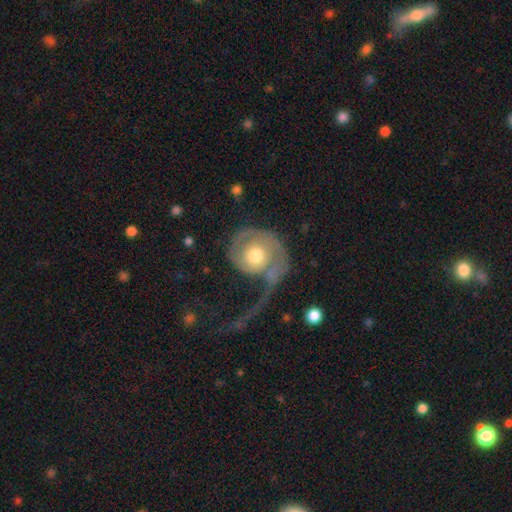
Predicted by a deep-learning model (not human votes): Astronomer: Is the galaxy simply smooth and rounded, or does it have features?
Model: featured or disk — 69%.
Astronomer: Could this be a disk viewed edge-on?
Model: no — 97%.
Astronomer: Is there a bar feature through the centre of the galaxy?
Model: no — 80%.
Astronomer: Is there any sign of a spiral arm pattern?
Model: yes — 80%.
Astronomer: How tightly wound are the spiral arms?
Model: tight — 40% (runner-up: loose, 32%).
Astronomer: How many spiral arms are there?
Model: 1 — 59%.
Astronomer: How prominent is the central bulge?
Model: moderate — 70%.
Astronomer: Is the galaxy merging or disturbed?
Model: major disturbance — 52%.